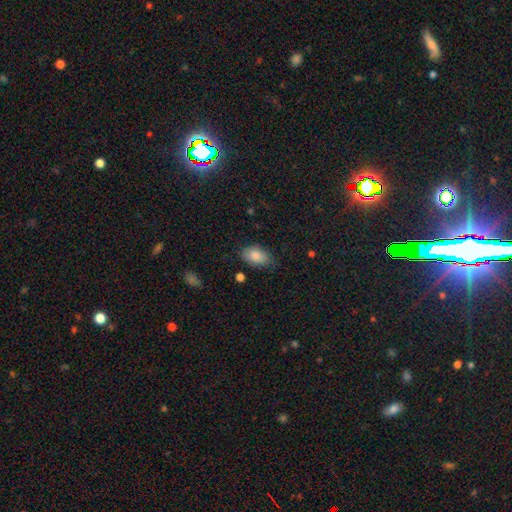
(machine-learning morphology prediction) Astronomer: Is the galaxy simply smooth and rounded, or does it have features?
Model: smooth — 86%.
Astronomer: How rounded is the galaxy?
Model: in between — 90%.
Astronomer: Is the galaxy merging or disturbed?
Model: none — 72%.